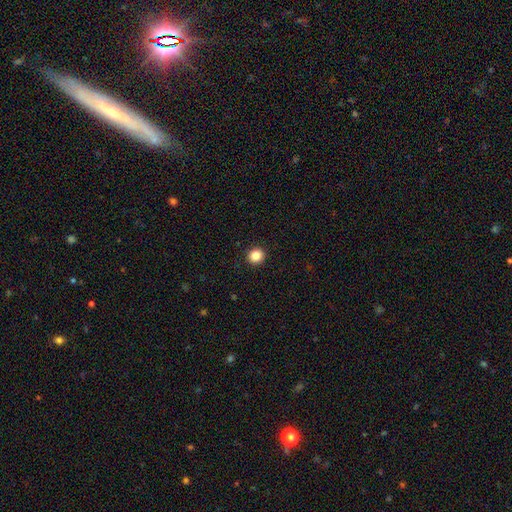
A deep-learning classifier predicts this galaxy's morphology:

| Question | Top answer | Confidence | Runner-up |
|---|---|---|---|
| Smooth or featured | smooth | 85% | star or artifact (10%) |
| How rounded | round | 87% | in between (12%) |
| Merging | none | 93% | minor disturbance (4%) |